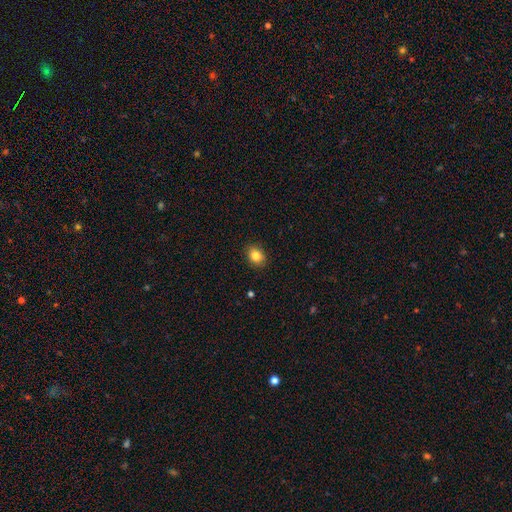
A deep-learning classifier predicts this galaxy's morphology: Smooth or featured? Predicted: smooth (p=0.85). How rounded? Predicted: in between (p=0.56). Merging? Predicted: none (p=0.89).